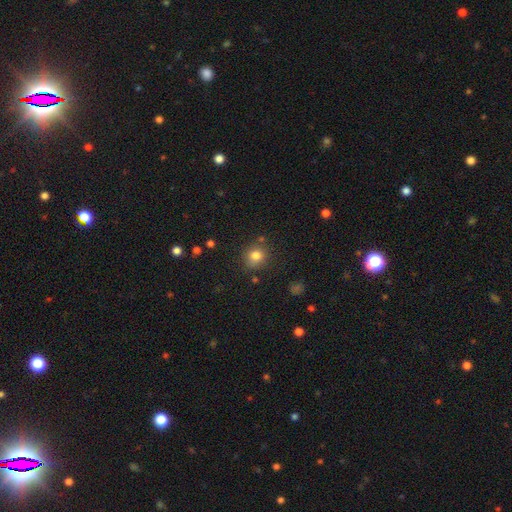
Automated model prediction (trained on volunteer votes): Smooth or featured? Predicted: smooth (p=0.81). How rounded? Predicted: round (p=0.84). Merging? Predicted: none (p=0.80).